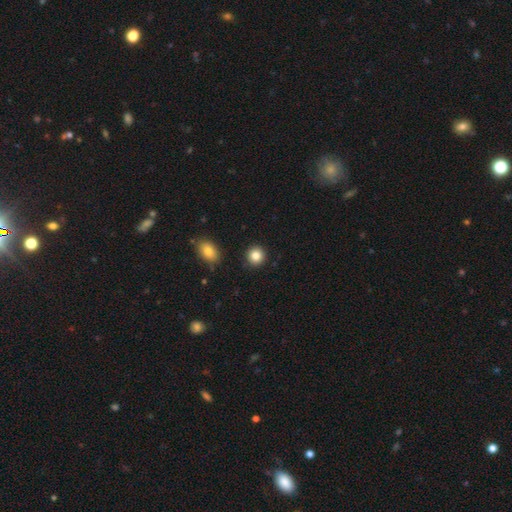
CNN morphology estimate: This is clearly a smooth galaxy (85%). How rounded: clearly round (90%). Merging: clearly none (90%).